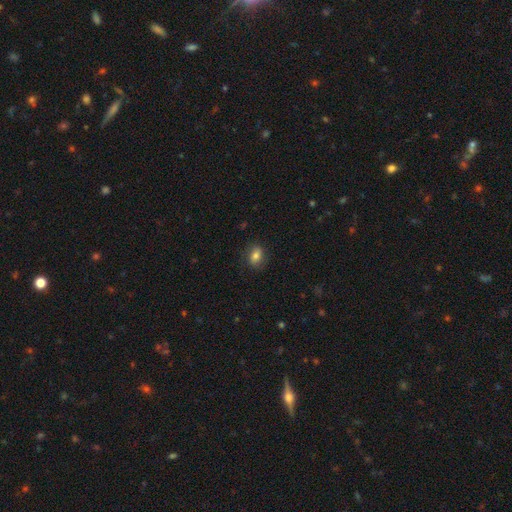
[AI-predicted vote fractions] smooth-or-featured: smooth: 77% | featured or disk: 13% | star or artifact: 10%
  how-rounded: in between: 71% | round: 27% | cigar-shaped: 2%
  merging: none: 82% | minor disturbance: 13% | major disturbance: 4% | merger: 1%